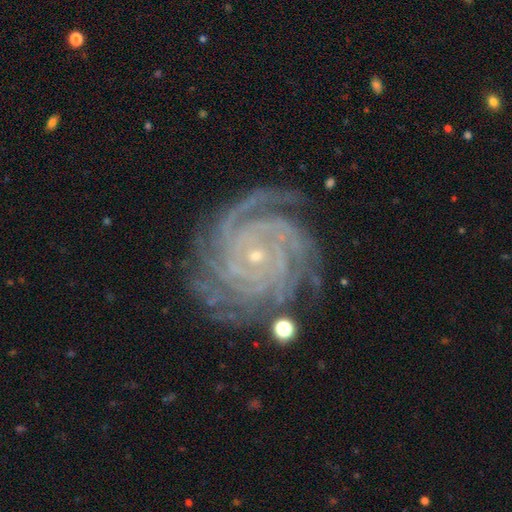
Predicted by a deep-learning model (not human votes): Smooth or featured?
  - featured or disk: 91% *
  - star or artifact: 6%
  - smooth: 3%
Edge-on disk?
  - no: 98% *
  - yes: 2%
Bar?
  - no: 73% *
  - weak: 18%
  - strong: 9%
Spiral arms?
  - yes: 99% *
  - no: 1%
Spiral winding?
  - tight: 84% *
  - medium: 14%
  - loose: 2%
Spiral arm count?
  - 4: 32% *
  - more than 4: 29%
  - 3: 13%
  - can't tell: 11%
  - 2: 8%
  - 1: 7%
Bulge size?
  - small: 86% *
  - moderate: 10%
  - none: 2%
  - large: 1%
  - dominant: 1%
Merging?
  - none: 79% *
  - minor disturbance: 15%
  - major disturbance: 4%
  - merger: 2%